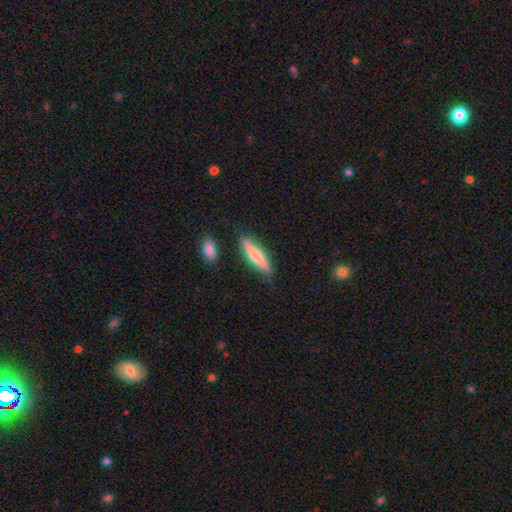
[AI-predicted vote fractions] Smooth or featured?
  - smooth: 63% *
  - featured or disk: 31%
  - star or artifact: 6%
How rounded?
  - cigar-shaped: 76% *
  - in between: 22%
  - round: 2%
Merging?
  - none: 79% *
  - minor disturbance: 15%
  - merger: 3%
  - major disturbance: 3%